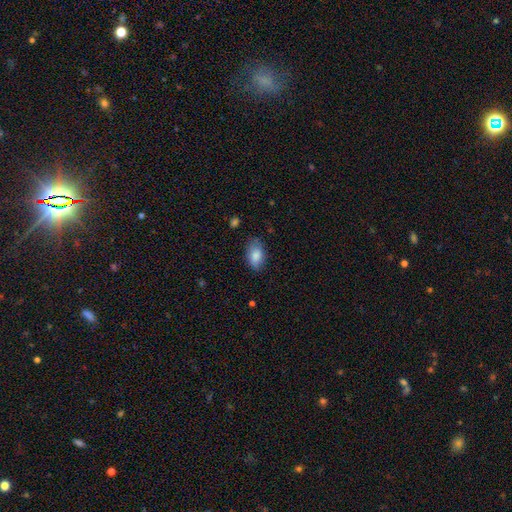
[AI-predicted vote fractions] Smooth or featured: smooth — 85% (featured or disk — 8%)
How rounded: in between — 92% (round — 6%)
Merging: none — 76% (minor disturbance — 19%)